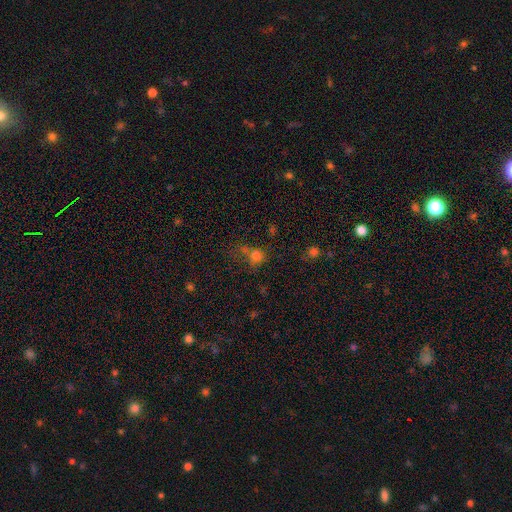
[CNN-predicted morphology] A smooth galaxy with no disk features (71%) that is round (75%). Merging: none (45%).